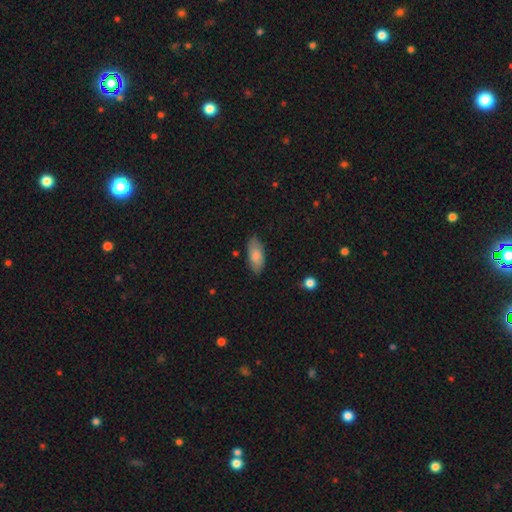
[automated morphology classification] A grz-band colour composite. It shows a smooth galaxy with no disk features (83%) that is in between round and cigar-shaped (87%). Merging: none (81%).